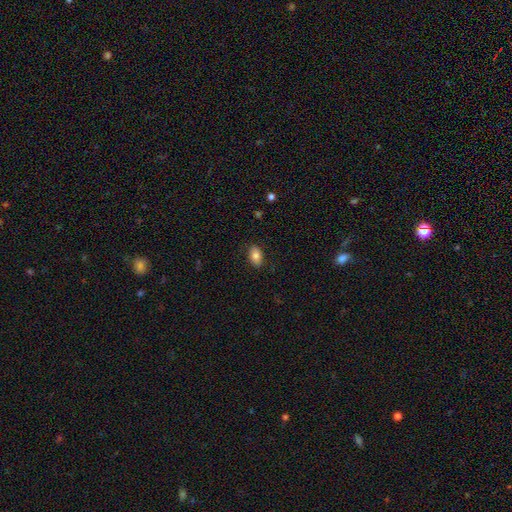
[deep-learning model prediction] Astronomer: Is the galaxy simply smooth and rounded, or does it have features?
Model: smooth — 80%.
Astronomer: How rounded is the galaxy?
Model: in between — 89%.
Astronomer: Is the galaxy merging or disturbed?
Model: none — 86%.